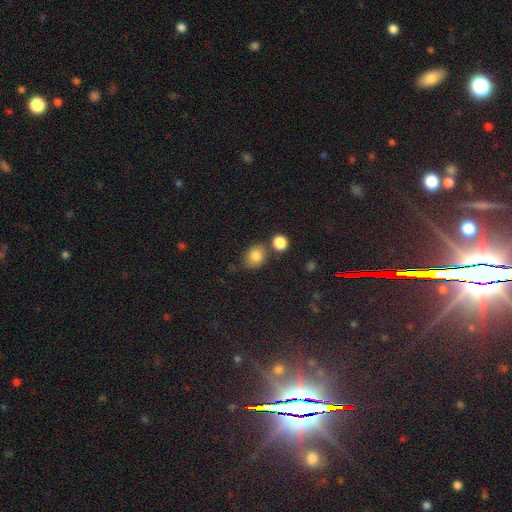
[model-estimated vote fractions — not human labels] Smooth or featured? smooth (82%)
How rounded? round (51%)
Merging? none (68%)